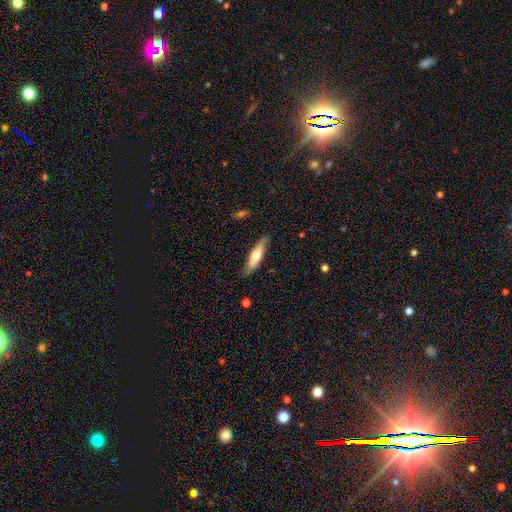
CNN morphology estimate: type=smooth (48%); merging=none (85%).